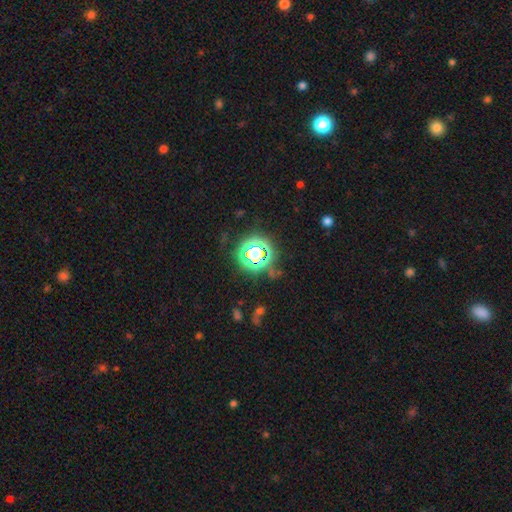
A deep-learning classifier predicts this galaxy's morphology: This is likely a star or artifact rather than a galaxy (71%).